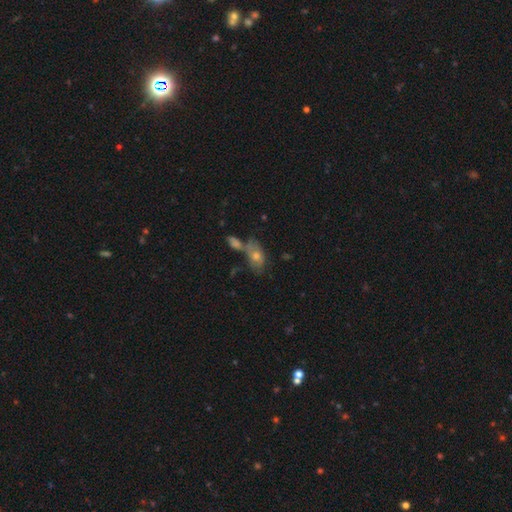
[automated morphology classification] This is possibly a smooth galaxy (60%). How rounded: clearly in between (85%). Merging: marginally none (41%).